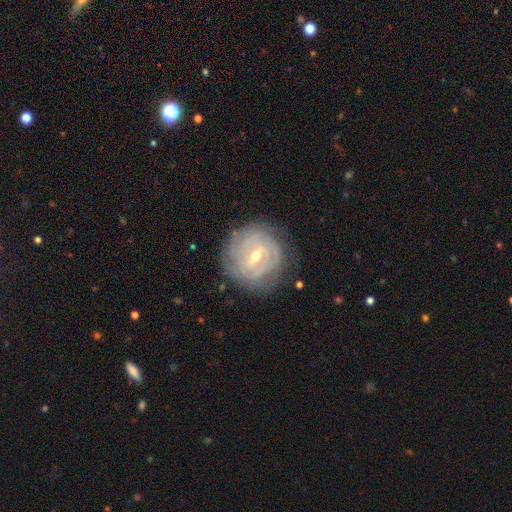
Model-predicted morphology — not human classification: Smooth or featured?
  - featured or disk: 84% *
  - smooth: 10%
  - star or artifact: 6%
Edge-on disk?
  - no: 96% *
  - yes: 4%
Bar?
  - weak: 54% *
  - strong: 30%
  - no: 17%
Spiral arms?
  - yes: 92% *
  - no: 8%
Spiral winding?
  - tight: 79% *
  - medium: 17%
  - loose: 4%
Spiral arm count?
  - can't tell: 43% *
  - 3: 16%
  - 4: 15%
  - 2: 15%
  - more than 4: 6%
  - 1: 5%
Bulge size?
  - moderate: 50% *
  - small: 47%
  - large: 2%
  - none: 1%
  - dominant: 1%
Merging?
  - none: 81% *
  - minor disturbance: 14%
  - major disturbance: 4%
  - merger: 1%